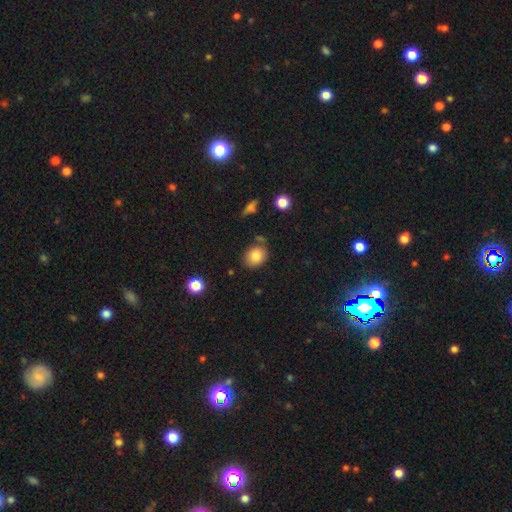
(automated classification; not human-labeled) Smooth or featured? smooth (83%)
How rounded? round (54%)
Merging? none (76%)